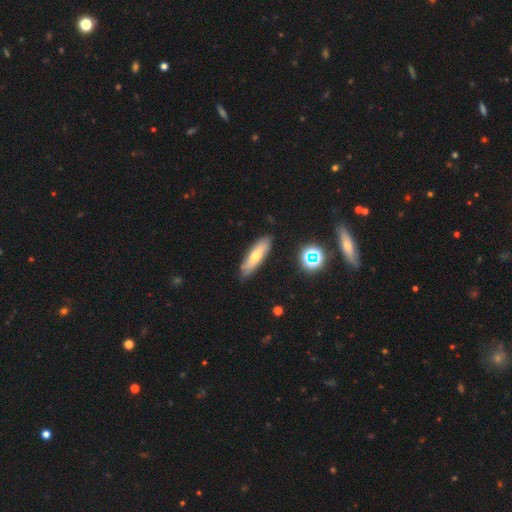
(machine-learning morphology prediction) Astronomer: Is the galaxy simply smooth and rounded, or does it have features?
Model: smooth — 54% (runner-up: featured or disk, 37%).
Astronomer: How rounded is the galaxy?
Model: cigar-shaped — 61% (runner-up: in between, 36%).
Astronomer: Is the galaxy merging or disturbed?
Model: none — 83%.